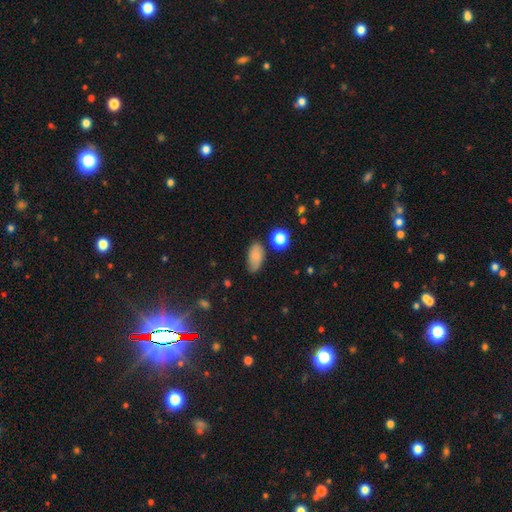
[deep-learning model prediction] This is likely a smooth galaxy (80%). How rounded: clearly in between (91%). Merging: likely none (70%).